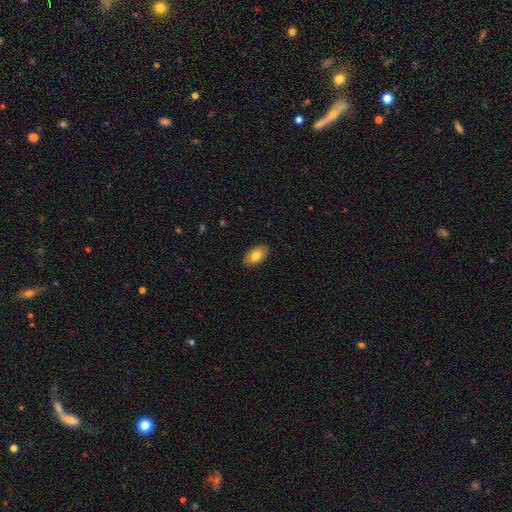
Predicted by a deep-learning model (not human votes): Smooth or featured?
  - smooth: 79% *
  - featured or disk: 15%
  - star or artifact: 6%
How rounded?
  - in between: 93% *
  - round: 5%
  - cigar-shaped: 2%
Merging?
  - none: 89% *
  - minor disturbance: 8%
  - major disturbance: 2%
  - merger: 1%